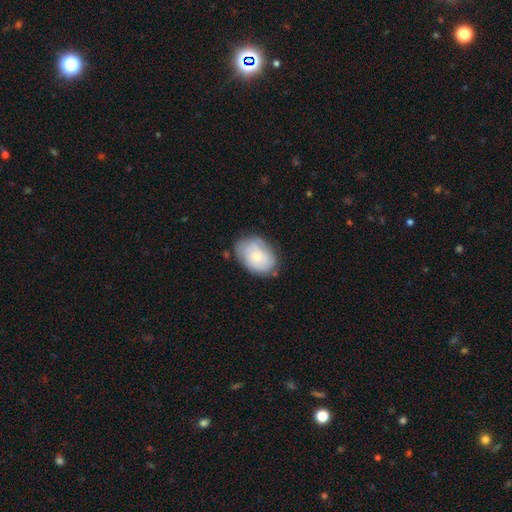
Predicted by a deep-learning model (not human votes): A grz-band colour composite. It shows a smooth galaxy with no disk features (53%) that is in between round and cigar-shaped (79%). Merging: none (69%).